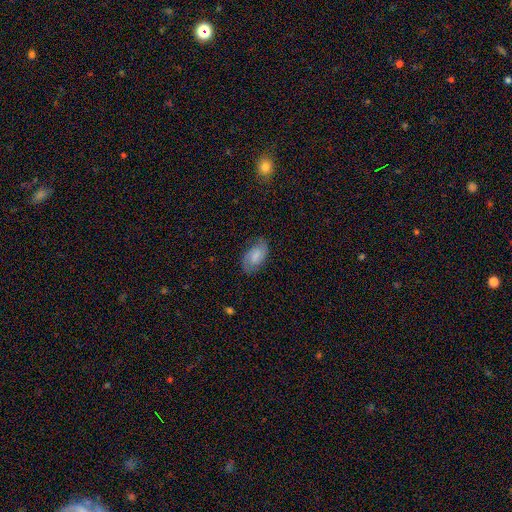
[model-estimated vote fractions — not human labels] This appears to be a smooth galaxy with no disk features (50%) that is in between round and cigar-shaped (93%). Merging: none (75%).